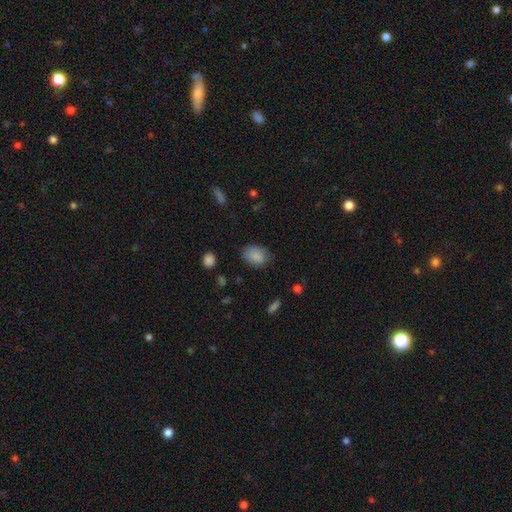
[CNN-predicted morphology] Q: Smooth or featured?
A: smooth (85%); runner-up: star or artifact (8%)
Q: How rounded?
A: in between (76%); runner-up: round (23%)
Q: Merging?
A: none (70%); runner-up: minor disturbance (23%)